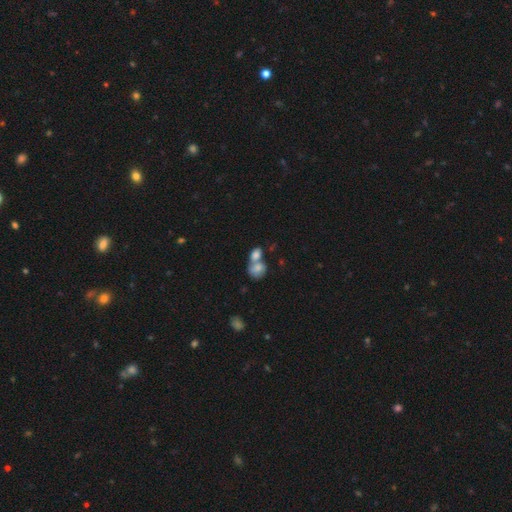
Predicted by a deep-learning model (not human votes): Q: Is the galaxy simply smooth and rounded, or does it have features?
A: smooth — 79%.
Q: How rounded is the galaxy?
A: in between — 67%.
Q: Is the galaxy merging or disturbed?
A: merger — 65%.